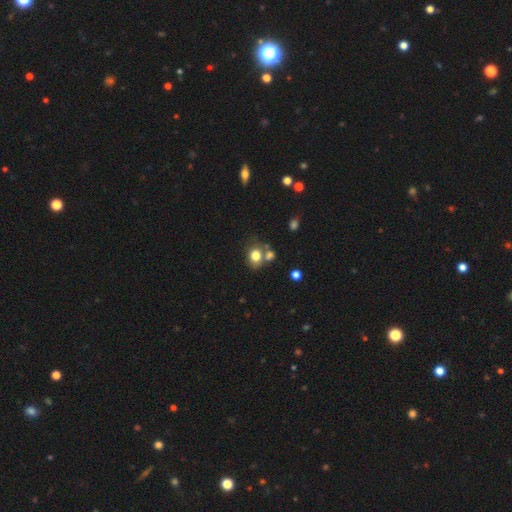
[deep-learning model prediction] This is likely a smooth galaxy (78%). How rounded: possibly round (59%). Merging: possibly none (53%).